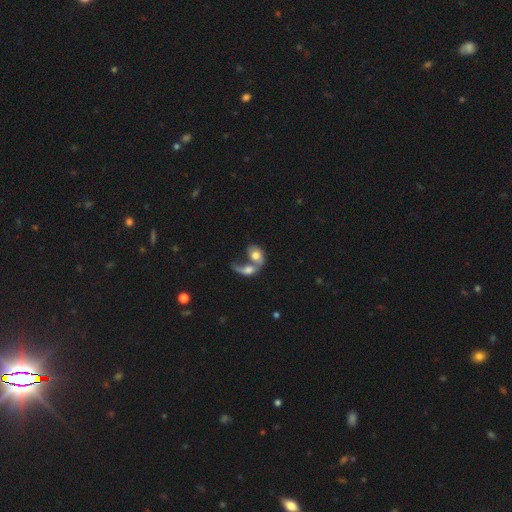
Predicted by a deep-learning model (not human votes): Smooth or featured?
  - smooth: 54% *
  - featured or disk: 38%
  - star or artifact: 8%
How rounded?
  - in between: 71% *
  - round: 27%
  - cigar-shaped: 3%
Merging?
  - merger: 77% *
  - major disturbance: 9%
  - none: 9%
  - minor disturbance: 5%